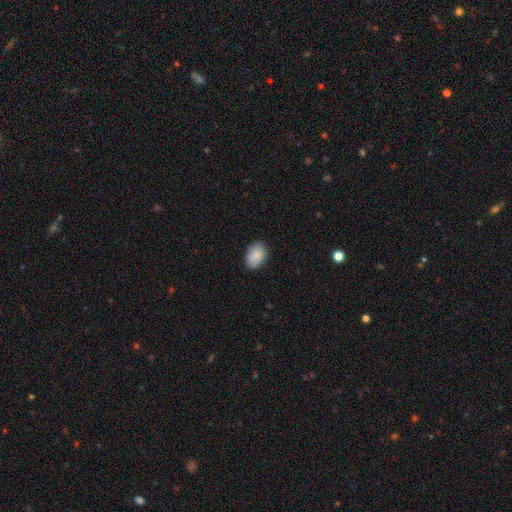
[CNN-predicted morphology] This is clearly a smooth galaxy (87%). How rounded: clearly in between (82%). Merging: clearly none (84%).